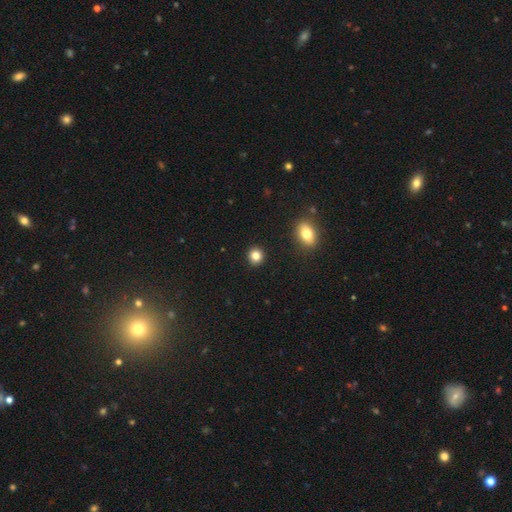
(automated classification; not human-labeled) Overall: smooth (84%). How rounded: round (89%). Merging: none (93%).